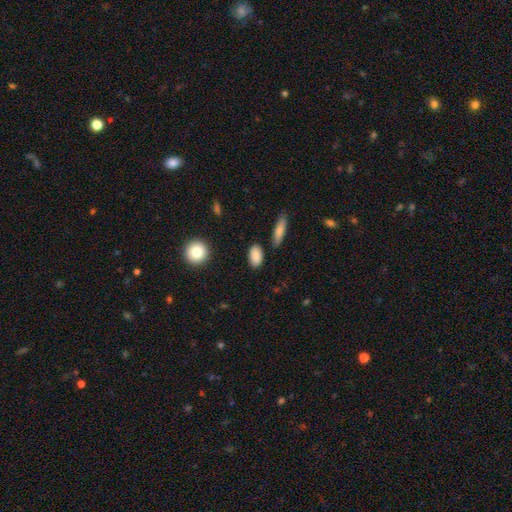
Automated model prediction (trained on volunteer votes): A smooth galaxy with no disk features (86%) that is in between round and cigar-shaped (88%).

Vote fractions:
- Smooth or featured? smooth: 86% / star or artifact: 7% / featured or disk: 6%
- How rounded? in between: 88% / round: 8% / cigar-shaped: 4%
- Merging? none: 85% / minor disturbance: 10% / merger: 3% / major disturbance: 2%